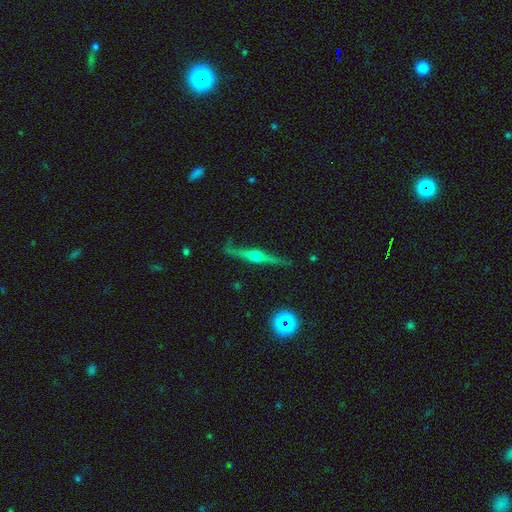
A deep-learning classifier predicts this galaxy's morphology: Smooth or featured? featured or disk (80%)
Edge-on disk? yes (98%)
Edge-on bulge? rounded (94%)
Merging? none (85%)